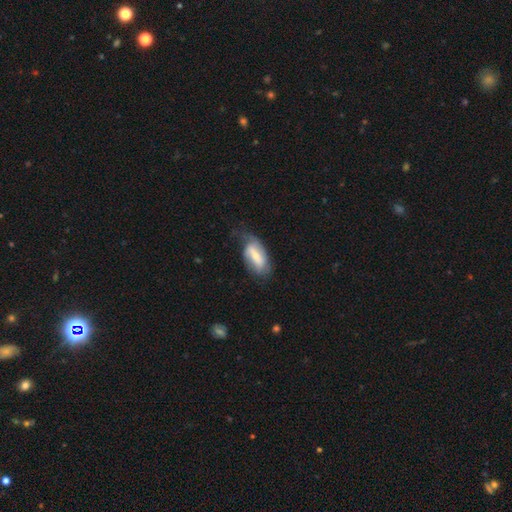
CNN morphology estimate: Smooth or featured?
  - featured or disk: 50% *
  - smooth: 44%
  - star or artifact: 6%
Edge-on disk?
  - no: 90% *
  - yes: 10%
Merging?
  - none: 45% *
  - minor disturbance: 34%
  - major disturbance: 19%
  - merger: 2%